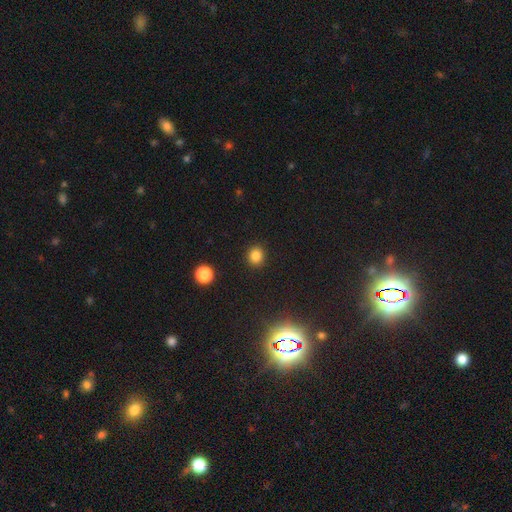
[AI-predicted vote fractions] This is clearly a smooth galaxy (83%). How rounded: clearly round (88%). Merging: clearly none (91%).